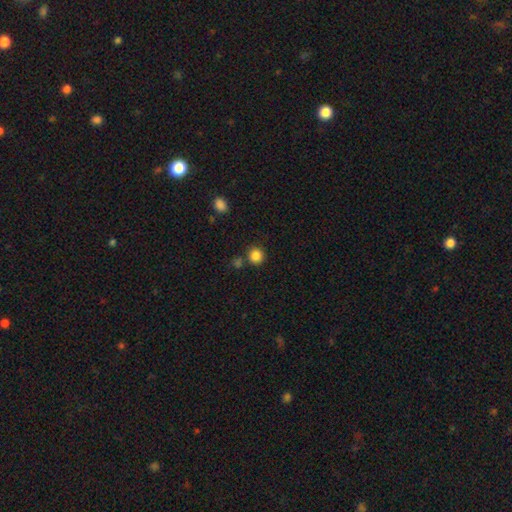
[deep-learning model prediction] Smooth or featured? smooth (85%)
How rounded? round (93%)
Merging? none (80%)